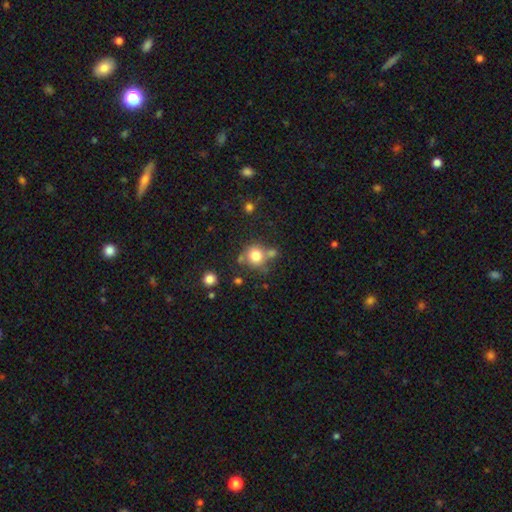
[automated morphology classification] This is likely a smooth galaxy (78%). How rounded: clearly round (88%). Merging: possibly none (60%).